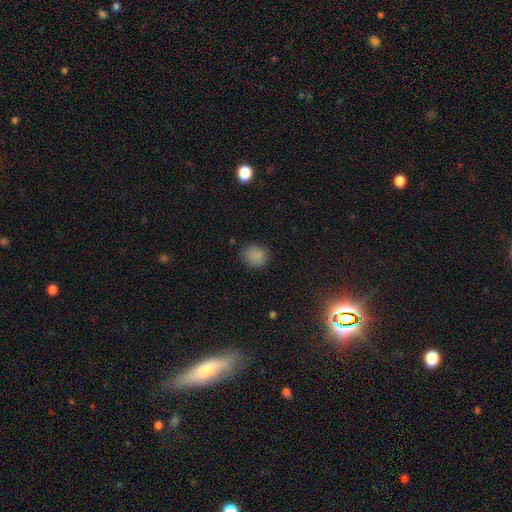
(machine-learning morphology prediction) Q: Smooth or featured?
A: smooth (84%); runner-up: star or artifact (12%)
Q: How rounded?
A: round (77%); runner-up: in between (22%)
Q: Merging?
A: none (84%); runner-up: minor disturbance (12%)